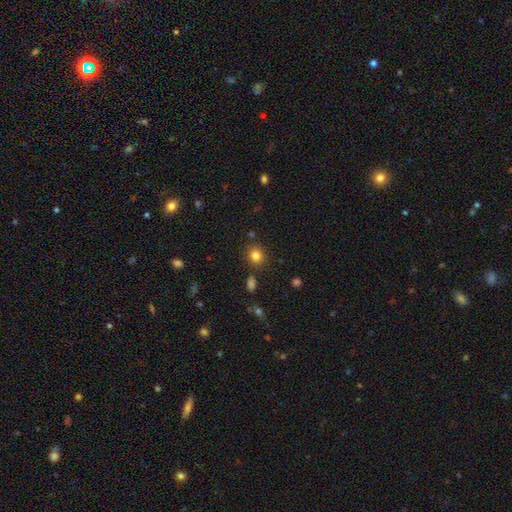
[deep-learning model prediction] Smooth or featured: smooth — 83% (star or artifact — 12%)
How rounded: round — 78% (in between — 22%)
Merging: none — 84% (minor disturbance — 9%)